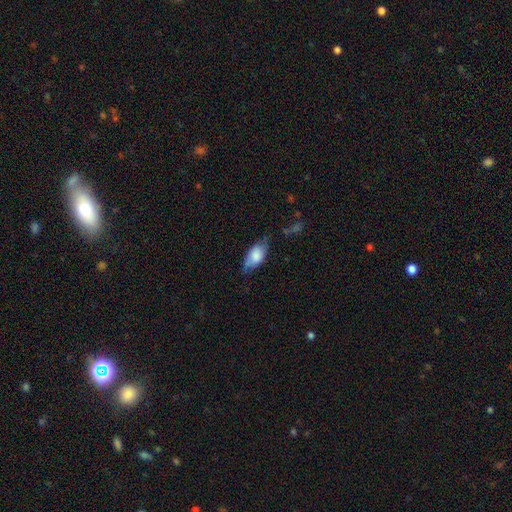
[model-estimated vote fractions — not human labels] Q: Smooth or featured?
A: smooth (74%); runner-up: featured or disk (19%)
Q: How rounded?
A: in between (90%); runner-up: cigar-shaped (5%)
Q: Merging?
A: none (47%); runner-up: minor disturbance (36%)